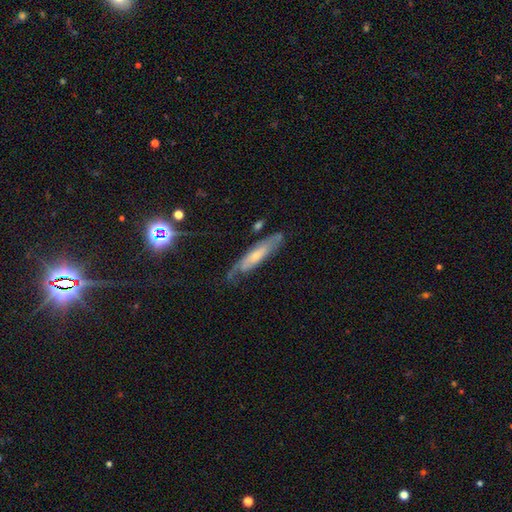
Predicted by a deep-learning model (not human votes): This appears to be a featured or disk galaxy (56%). Merging: none (62%).